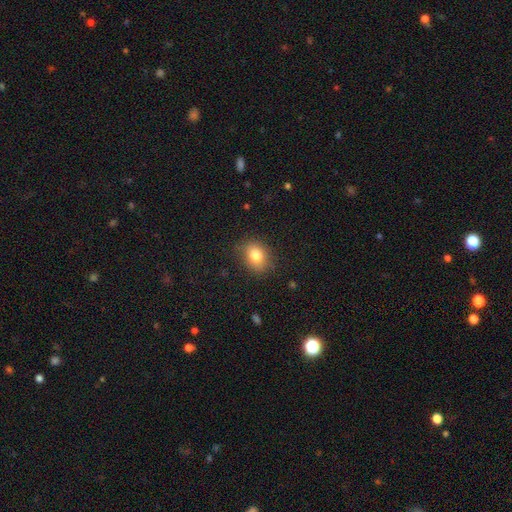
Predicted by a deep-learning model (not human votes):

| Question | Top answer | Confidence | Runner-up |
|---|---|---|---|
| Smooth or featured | smooth | 81% | star or artifact (10%) |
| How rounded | in between | 51% | round (48%) |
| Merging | none | 82% | minor disturbance (13%) |